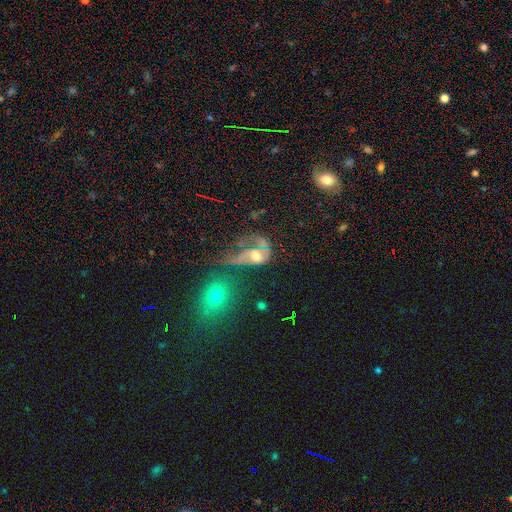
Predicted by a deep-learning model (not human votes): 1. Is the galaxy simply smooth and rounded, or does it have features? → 52% featured or disk, 30% smooth, 18% star or artifact.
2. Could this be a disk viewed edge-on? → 93% no, 7% yes.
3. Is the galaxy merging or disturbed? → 35% major disturbance, 32% merger, 21% none, 13% minor disturbance.